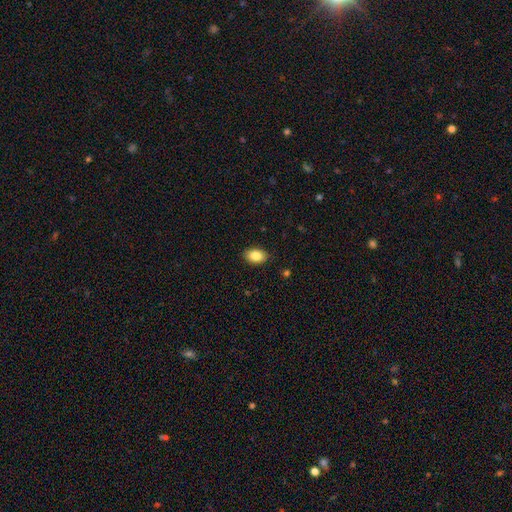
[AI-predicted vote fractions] This appears to be a smooth galaxy with no disk features (86%) that is in between round and cigar-shaped (87%). Merging: none (87%).